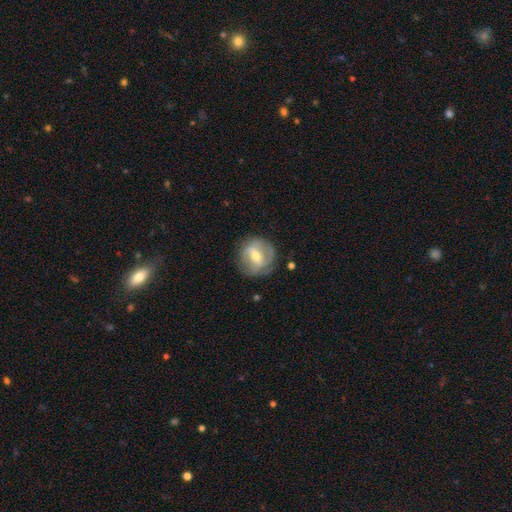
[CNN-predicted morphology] Smooth or featured?
  - featured or disk: 68% *
  - smooth: 26%
  - star or artifact: 6%
Edge-on disk?
  - no: 95% *
  - yes: 5%
Bar?
  - weak: 43% *
  - strong: 38%
  - no: 19%
Spiral arms?
  - yes: 72% *
  - no: 28%
Bulge size?
  - moderate: 55% *
  - small: 41%
  - large: 3%
  - none: 1%
  - dominant: 1%
Merging?
  - none: 75% *
  - minor disturbance: 16%
  - major disturbance: 7%
  - merger: 1%